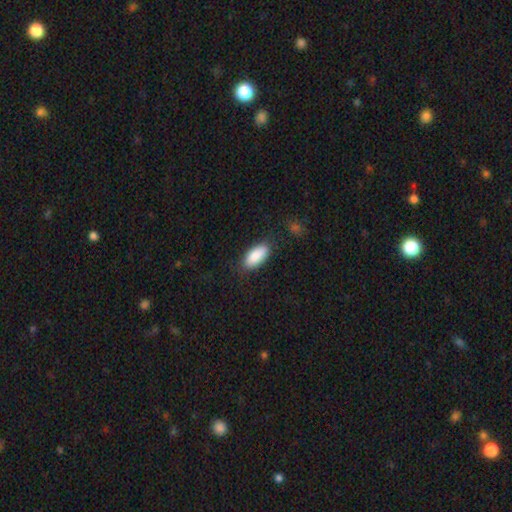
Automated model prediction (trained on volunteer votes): Smooth or featured?
  - smooth: 88% *
  - featured or disk: 6%
  - star or artifact: 6%
How rounded?
  - in between: 90% *
  - cigar-shaped: 8%
  - round: 2%
Merging?
  - none: 82% *
  - minor disturbance: 13%
  - major disturbance: 4%
  - merger: 1%